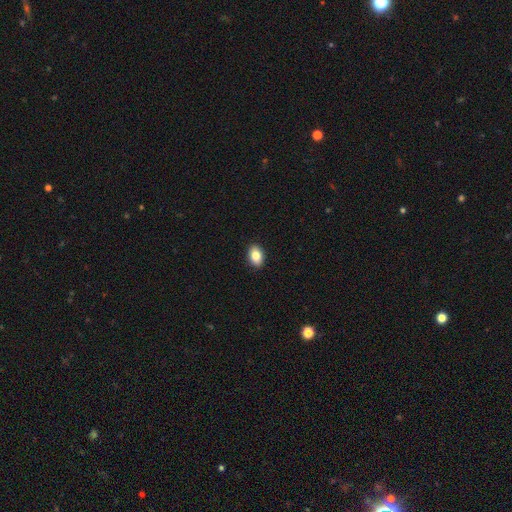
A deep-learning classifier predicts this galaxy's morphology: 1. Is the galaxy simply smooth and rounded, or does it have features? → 83% smooth, 8% featured or disk, 8% star or artifact.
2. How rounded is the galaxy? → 81% in between, 18% round, 1% cigar-shaped.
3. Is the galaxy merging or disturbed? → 91% none, 7% minor disturbance, 2% major disturbance, 1% merger.